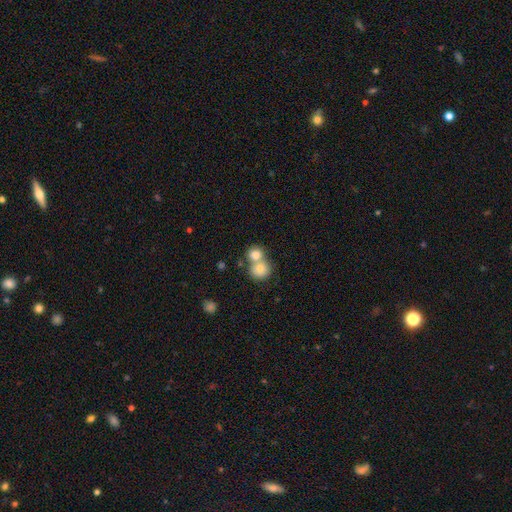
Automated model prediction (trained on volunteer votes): Smooth or featured: smooth — 79% (featured or disk — 12%)
How rounded: round — 80% (in between — 19%)
Merging: merger — 56% (none — 35%)